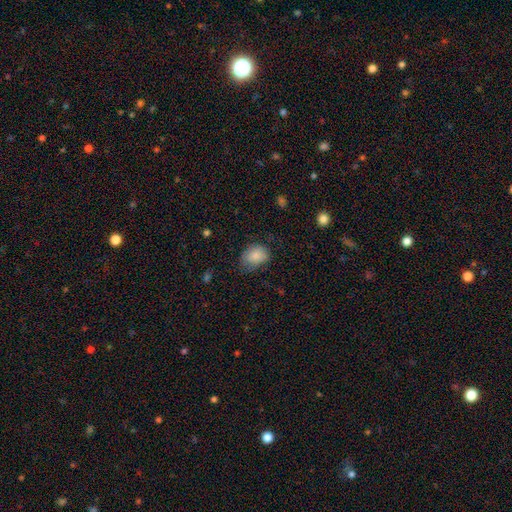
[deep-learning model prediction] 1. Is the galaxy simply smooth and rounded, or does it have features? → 85% smooth, 8% star or artifact, 7% featured or disk.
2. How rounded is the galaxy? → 68% in between, 31% round, 1% cigar-shaped.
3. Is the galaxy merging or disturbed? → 62% none, 29% minor disturbance, 8% major disturbance, 1% merger.